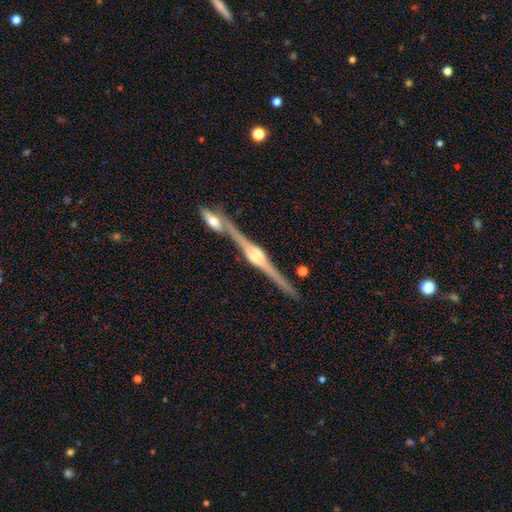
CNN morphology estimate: Overall: featured or disk (89%). Edge-on disk: yes (98%). Edge-on bulge: rounded (79%). Merging: none (72%).